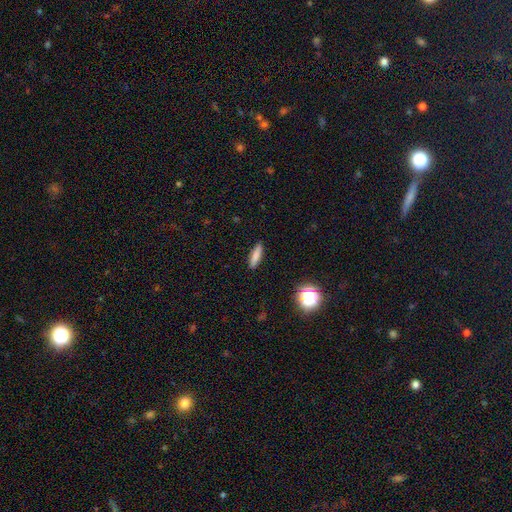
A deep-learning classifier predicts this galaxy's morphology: A smooth galaxy with no disk features (81%) that is cigar-shaped (74%). Merging: none (90%).